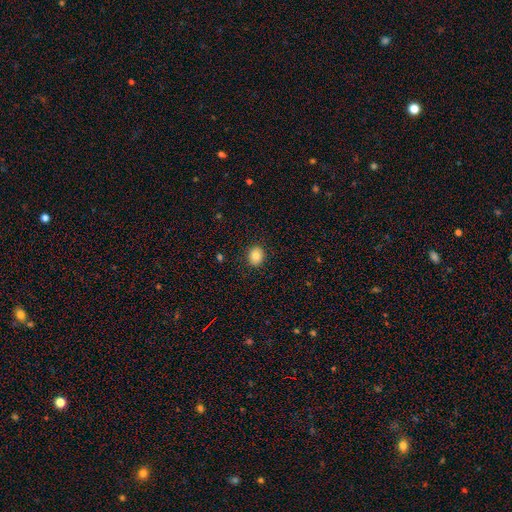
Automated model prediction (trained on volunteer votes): Morphology: type=smooth (83%); roundness=round (54%); merging=none (89%).